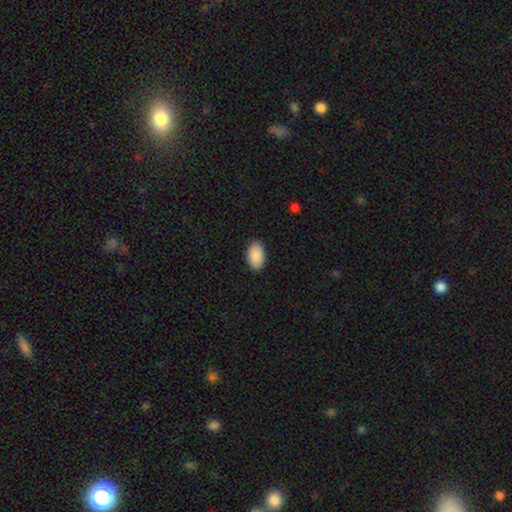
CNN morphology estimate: A smooth galaxy with no disk features (91%) that is in between round and cigar-shaped (95%).

Vote fractions:
- Smooth or featured? smooth: 91% / star or artifact: 6% / featured or disk: 3%
- How rounded? in between: 95% / round: 4% / cigar-shaped: 1%
- Merging? none: 89% / minor disturbance: 8% / major disturbance: 2% / merger: 1%